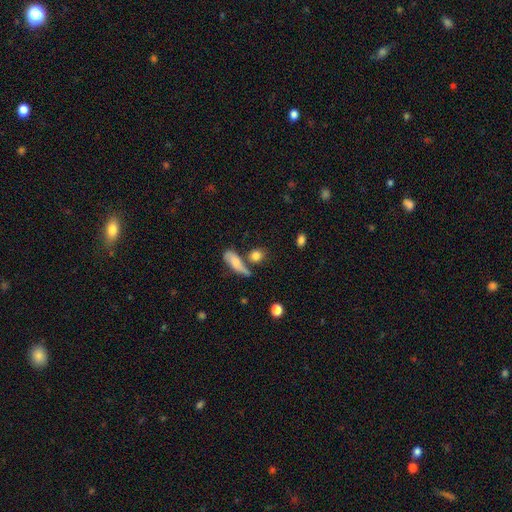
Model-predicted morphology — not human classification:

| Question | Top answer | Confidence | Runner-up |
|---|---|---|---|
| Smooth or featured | smooth | 79% | featured or disk (11%) |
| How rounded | round | 63% | in between (27%) |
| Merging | none | 61% | merger (20%) |